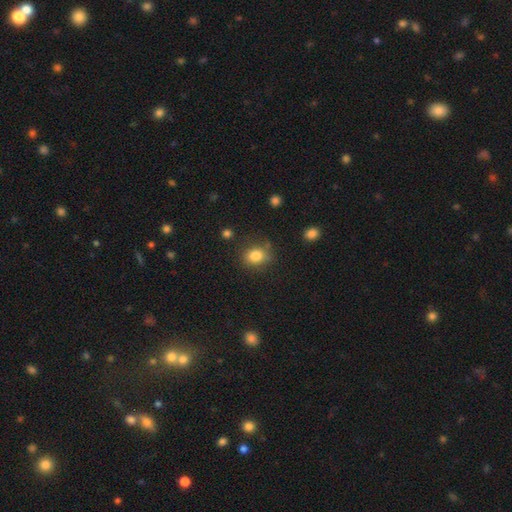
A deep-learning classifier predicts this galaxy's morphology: type=smooth (82%); roundness=round (58%); merging=none (76%).